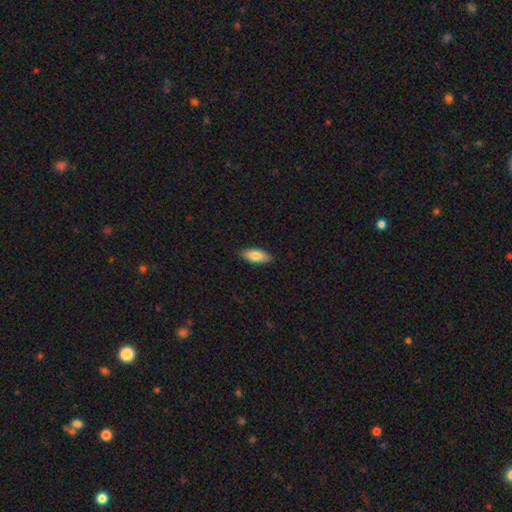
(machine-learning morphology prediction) Smooth or featured: smooth — 80% (featured or disk — 14%)
How rounded: in between — 77% (cigar-shaped — 21%)
Merging: none — 88% (minor disturbance — 9%)